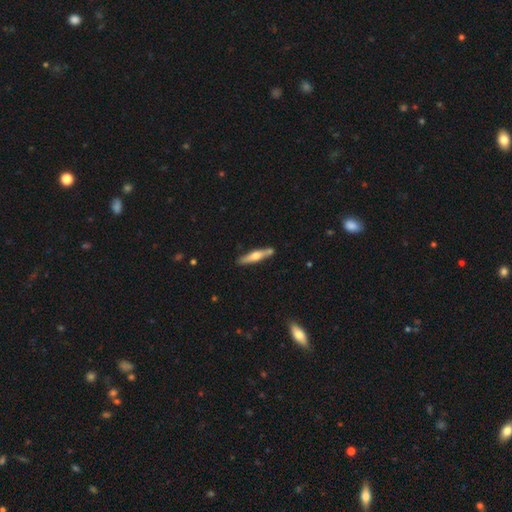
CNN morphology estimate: type=featured or disk (53%); edge-on=yes (93%); merging=none (78%).